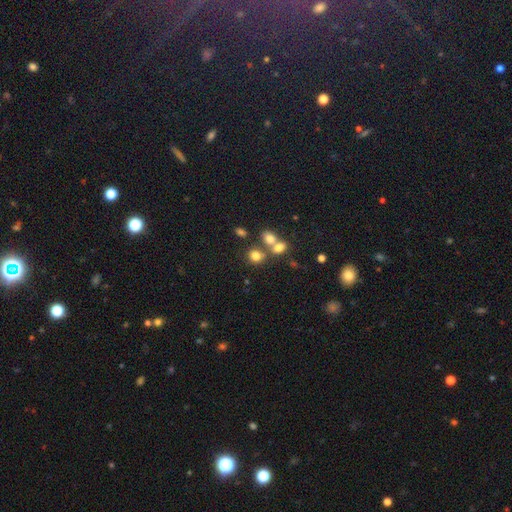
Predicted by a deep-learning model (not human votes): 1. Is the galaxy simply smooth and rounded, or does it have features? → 75% smooth, 15% star or artifact, 11% featured or disk.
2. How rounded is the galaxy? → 70% round, 29% in between, 1% cigar-shaped.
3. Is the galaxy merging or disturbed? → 52% none, 34% merger, 10% minor disturbance, 5% major disturbance.